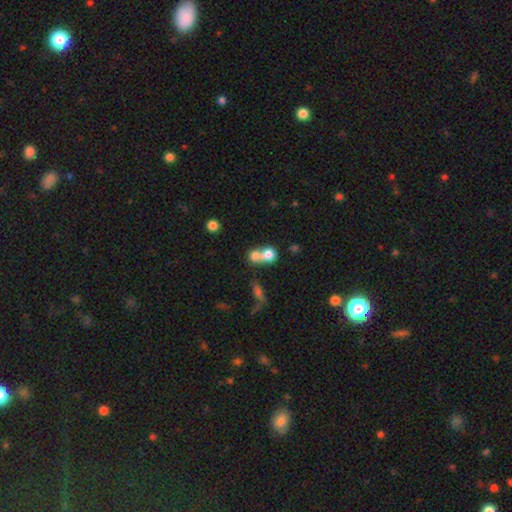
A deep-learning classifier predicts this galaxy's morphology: Smooth or featured: smooth — 72% (featured or disk — 17%)
How rounded: round — 73% (in between — 25%)
Merging: merger — 66% (none — 25%)